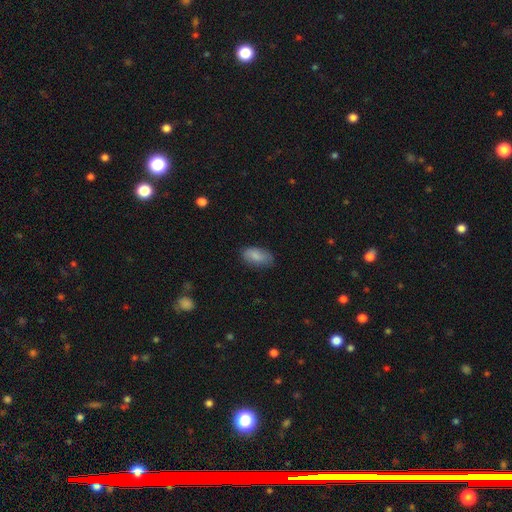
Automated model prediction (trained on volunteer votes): The model was most divided on "merging": none: 74%, minor disturbance: 21%, major disturbance: 4%, merger: 1%. More confident: how rounded — in between (91%); smooth or featured — smooth (83%).